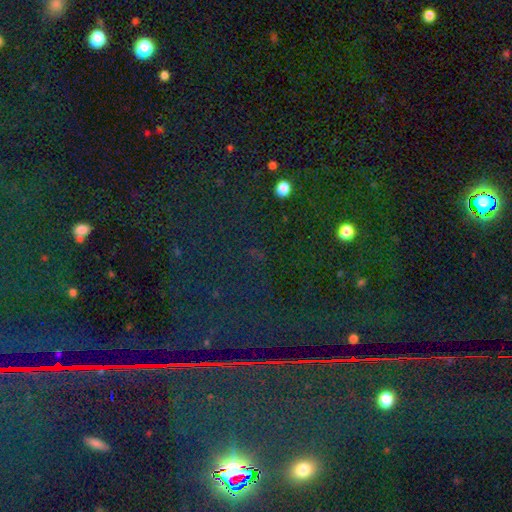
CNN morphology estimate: Smooth or featured?
  - star or artifact: 85% *
  - smooth: 8%
  - featured or disk: 7%